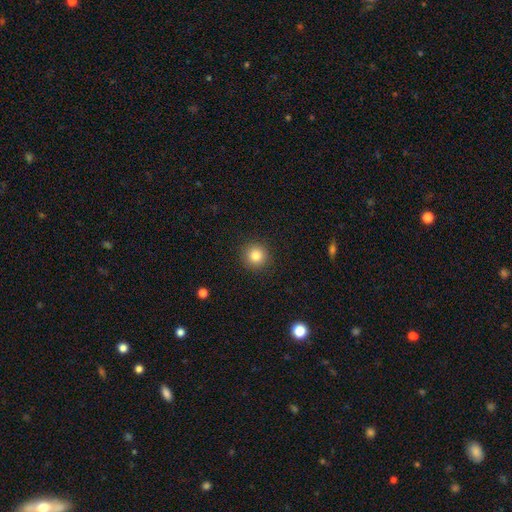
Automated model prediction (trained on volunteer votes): smooth 83%, star or artifact 11%, featured or disk 6%. Down the decision tree: how rounded — round (95%); merging — none (92%).